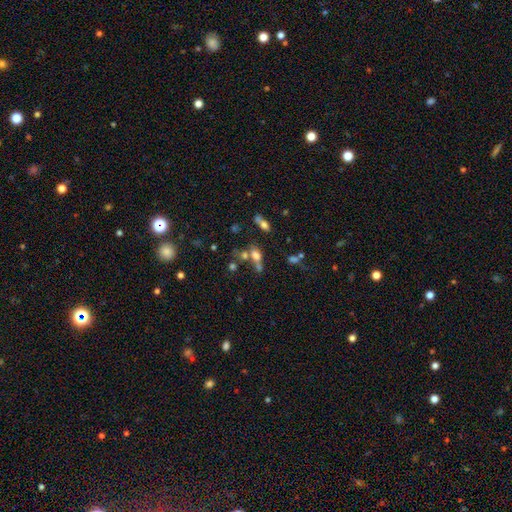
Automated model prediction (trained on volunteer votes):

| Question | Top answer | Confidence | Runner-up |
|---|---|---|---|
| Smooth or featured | smooth | 62% | featured or disk (19%) |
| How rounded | in between | 67% | round (22%) |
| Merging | merger | 39% | none (38%) |